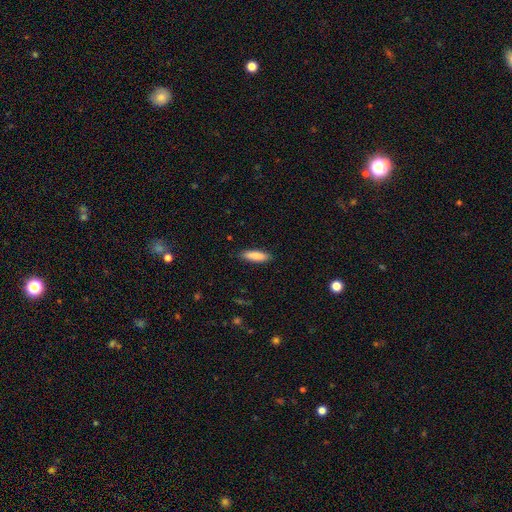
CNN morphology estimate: Overall: smooth (87%). How rounded: cigar-shaped (59%; in between 40%). Merging: none (88%).